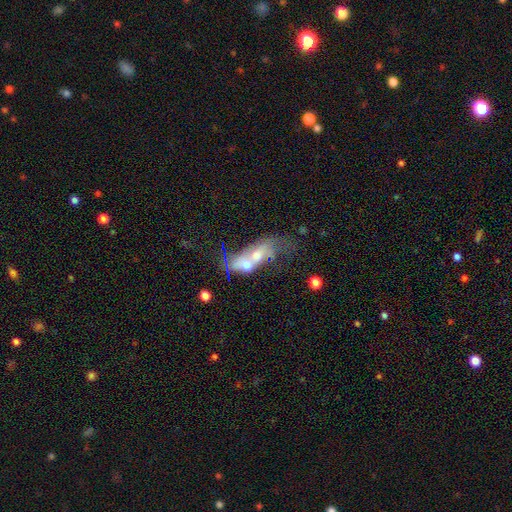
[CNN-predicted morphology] A featured or disk galaxy (49%).

Vote fractions:
- Smooth or featured? featured or disk: 49% / smooth: 40% / star or artifact: 11%
- Merging? merger: 68% / major disturbance: 14% / none: 10% / minor disturbance: 7%